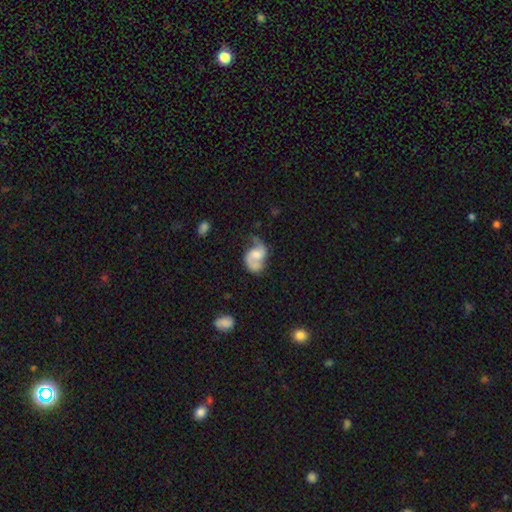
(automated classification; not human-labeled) smooth_or_featured: featured or disk (p=0.76) [alt: smooth p=0.17]
disk_edge_on: no (p=0.98) [alt: yes p=0.02]
bar: no (p=0.48) [alt: weak p=0.41]
has_spiral_arms: yes (p=0.93) [alt: no p=0.07]
spiral_winding: loose (p=0.46) [alt: medium p=0.42]
spiral_arm_count: 2 (p=0.84) [alt: 1 p=0.09]
bulge_size: moderate (p=0.37) [alt: small p=0.24]
merging: none (p=0.48) [alt: minor disturbance p=0.26]